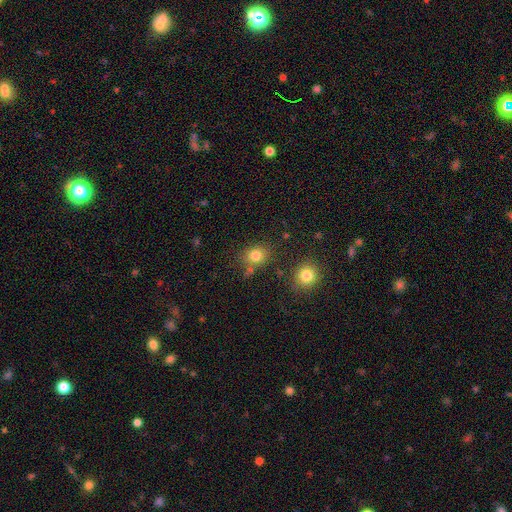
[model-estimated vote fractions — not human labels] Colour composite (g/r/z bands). It shows a smooth galaxy with no disk features (80%) that is round (66%). Merging: none (73%).